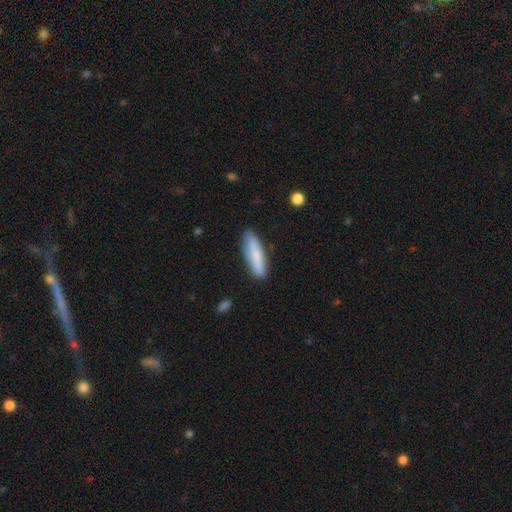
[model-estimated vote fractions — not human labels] Smooth or featured: smooth — 76% (featured or disk — 18%)
How rounded: cigar-shaped — 74% (in between — 25%)
Merging: none — 84% (minor disturbance — 12%)